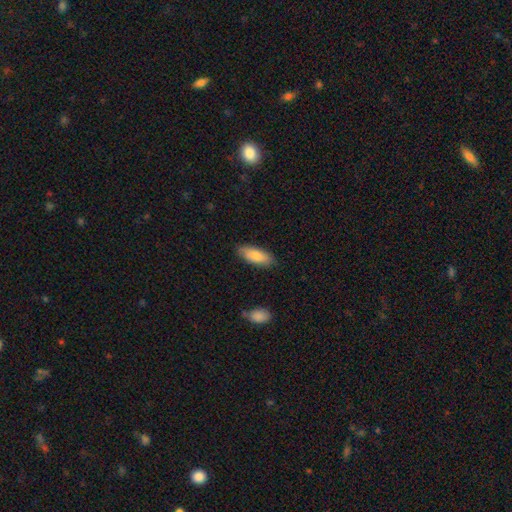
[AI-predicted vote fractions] smooth_or_featured: smooth (p=0.84) [alt: featured or disk p=0.10]
how_rounded: in between (p=0.75) [alt: cigar-shaped p=0.23]
merging: none (p=0.86) [alt: minor disturbance p=0.11]